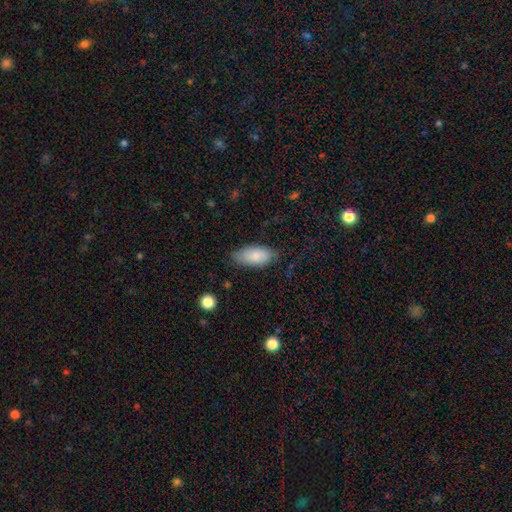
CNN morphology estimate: smooth_or_featured: smooth (p=0.84) [alt: featured or disk p=0.10]
how_rounded: in between (p=0.90) [alt: cigar-shaped p=0.08]
merging: none (p=0.75) [alt: minor disturbance p=0.19]